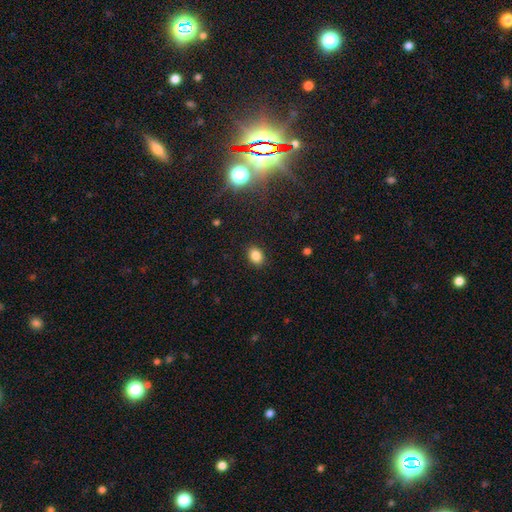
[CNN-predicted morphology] smooth-or-featured: smooth: 84% | star or artifact: 11% | featured or disk: 5%
  how-rounded: in between: 69% | round: 30% | cigar-shaped: 1%
  merging: none: 89% | minor disturbance: 8% | major disturbance: 2% | merger: 1%